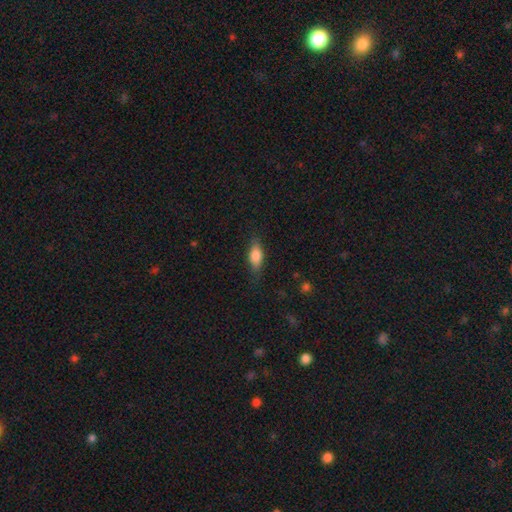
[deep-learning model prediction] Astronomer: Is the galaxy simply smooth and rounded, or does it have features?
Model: smooth — 70%.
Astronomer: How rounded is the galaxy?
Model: in between — 72%.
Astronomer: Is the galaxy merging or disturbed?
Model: none — 79%.